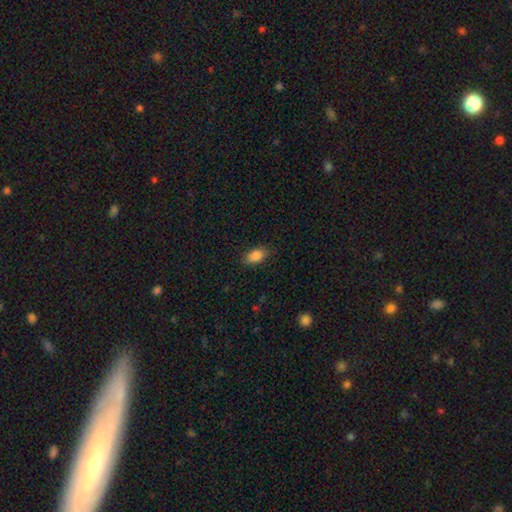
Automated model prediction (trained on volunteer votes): This appears to be a smooth galaxy with no disk features (86%) that is in between round and cigar-shaped (89%). Merging: none (82%).